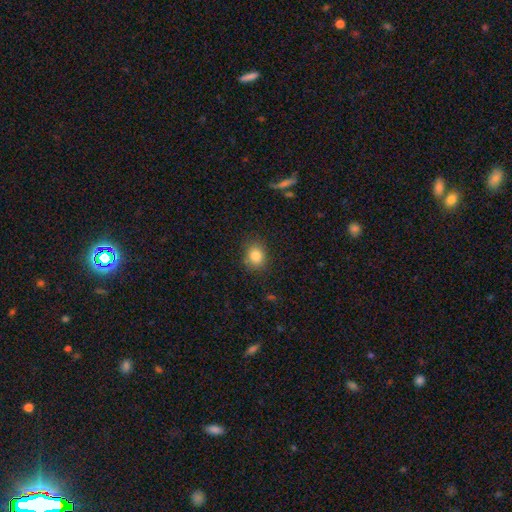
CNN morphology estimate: smooth_or_featured: smooth (p=0.83) [alt: star or artifact p=0.11]
how_rounded: round (p=0.62) [alt: in between p=0.37]
merging: none (p=0.83) [alt: minor disturbance p=0.12]